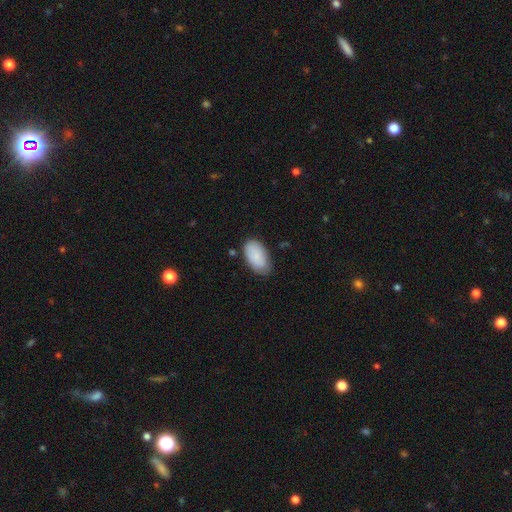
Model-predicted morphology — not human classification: This is clearly a smooth galaxy (88%). How rounded: clearly in between (95%). Merging: likely none (74%).